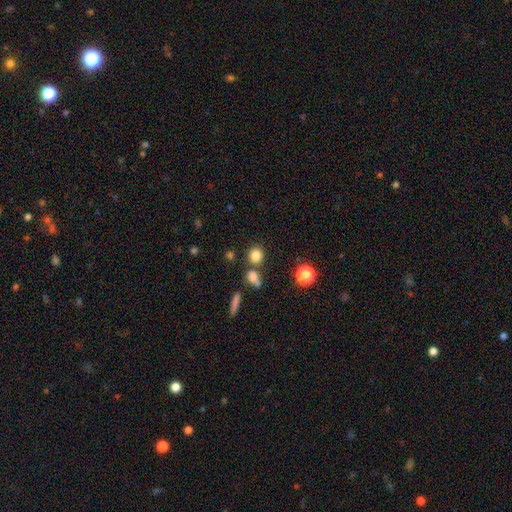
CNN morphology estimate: Smooth or featured?
  - smooth: 81% *
  - star or artifact: 13%
  - featured or disk: 6%
How rounded?
  - round: 82% *
  - in between: 16%
  - cigar-shaped: 1%
Merging?
  - none: 73% *
  - merger: 14%
  - minor disturbance: 9%
  - major disturbance: 4%